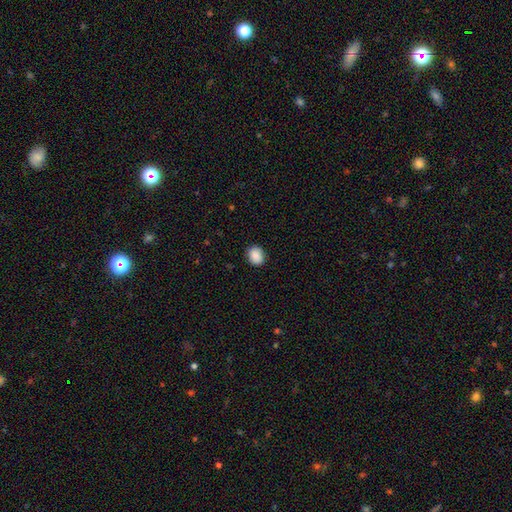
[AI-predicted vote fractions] Smooth or featured? smooth (89%)
How rounded? round (57%)
Merging? none (88%)